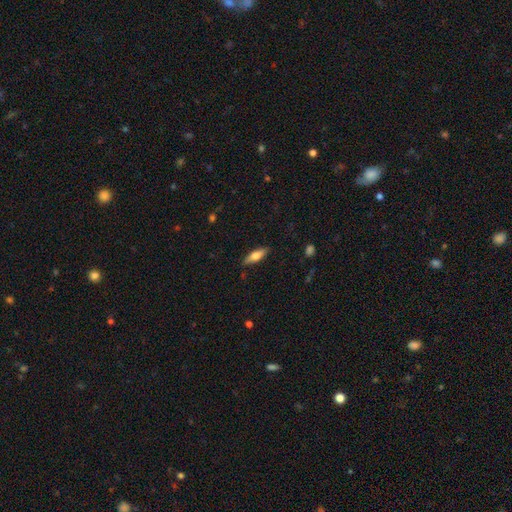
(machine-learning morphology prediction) This is possibly a smooth galaxy (56%). How rounded: possibly cigar-shaped (51%). Merging: clearly none (86%).